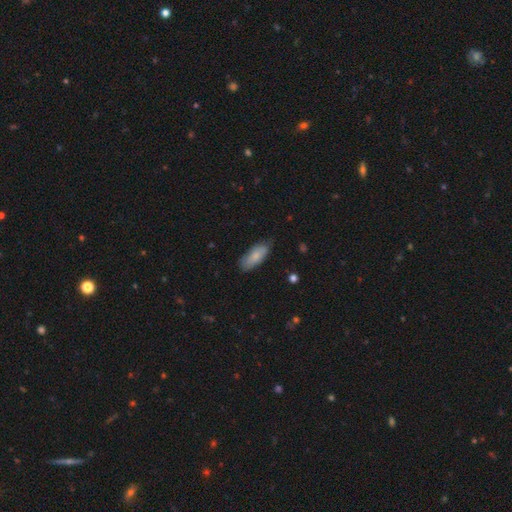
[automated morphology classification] A smooth galaxy with no disk features (79%) that is in between round and cigar-shaped (78%).

Vote fractions:
- Smooth or featured? smooth: 79% / featured or disk: 15% / star or artifact: 6%
- How rounded? in between: 78% / cigar-shaped: 20% / round: 2%
- Merging? none: 73% / minor disturbance: 22% / major disturbance: 4% / merger: 1%